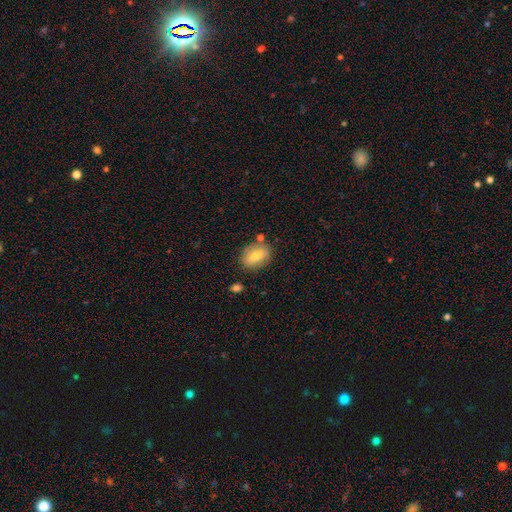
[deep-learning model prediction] Morphology: type=smooth (70%); roundness=in between (70%); merging=none (81%).